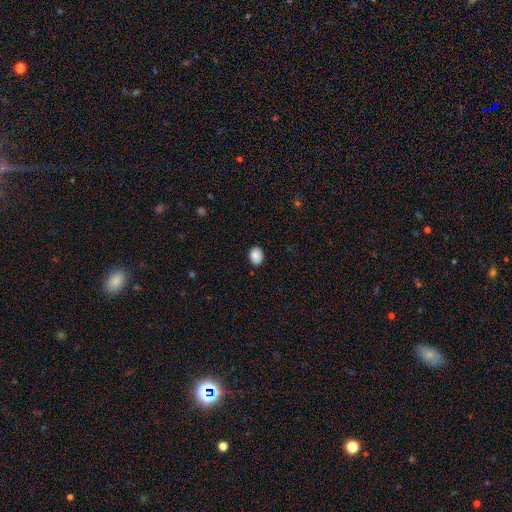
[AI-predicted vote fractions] Smooth or featured? smooth (87%)
How rounded? in between (56%)
Merging? none (87%)